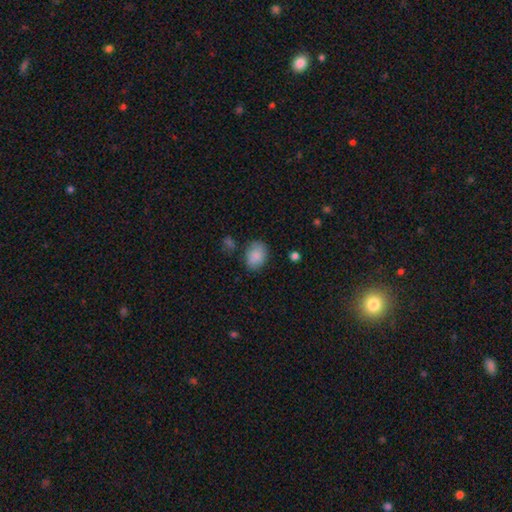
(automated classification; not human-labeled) This appears to be a smooth galaxy with no disk features (87%) that is in between round and cigar-shaped (67%). Merging: none (74%).